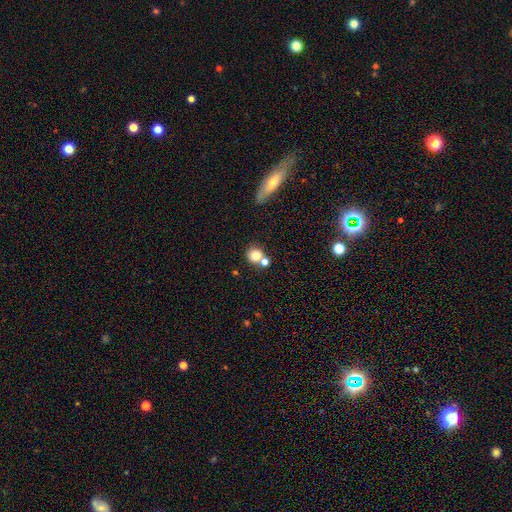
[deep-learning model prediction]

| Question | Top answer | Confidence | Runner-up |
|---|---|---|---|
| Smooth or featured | smooth | 79% | star or artifact (11%) |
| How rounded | round | 82% | in between (16%) |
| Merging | none | 52% | merger (31%) |